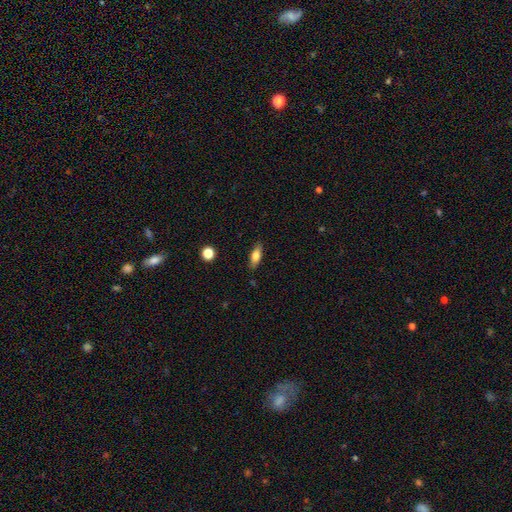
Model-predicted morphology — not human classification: Overall: smooth (74%). How rounded: in between (69%). Merging: none (85%).